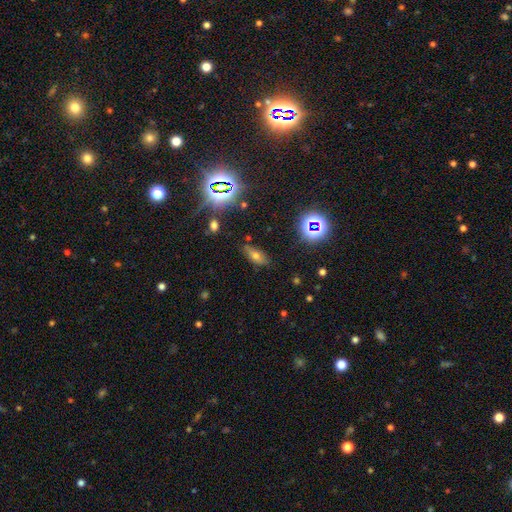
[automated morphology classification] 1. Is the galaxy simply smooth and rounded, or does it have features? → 57% smooth, 23% star or artifact, 20% featured or disk.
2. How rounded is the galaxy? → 79% in between, 14% cigar-shaped, 7% round.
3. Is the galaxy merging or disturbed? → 75% none, 17% minor disturbance, 4% major disturbance, 3% merger.